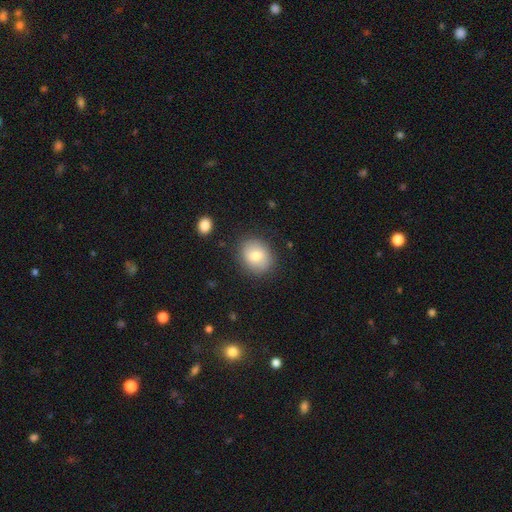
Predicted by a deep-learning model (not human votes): A smooth galaxy with no disk features (76%) that is round (58%). Merging: none (85%).